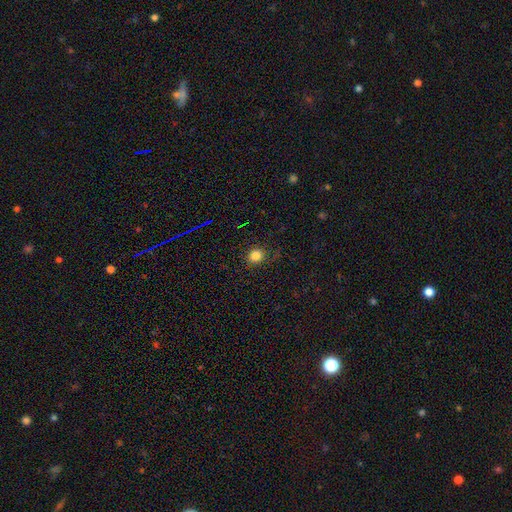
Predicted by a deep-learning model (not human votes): The model was most divided on "how rounded": round: 78%, in between: 21%, cigar-shaped: 1%. More confident: merging — none (84%); smooth or featured — smooth (82%).